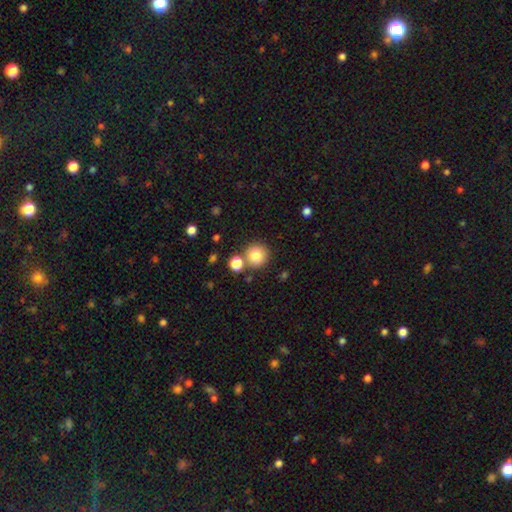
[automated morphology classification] Smooth or featured? Predicted: smooth (p=0.81). How rounded? Predicted: round (p=0.93). Merging? Predicted: none (p=0.77).